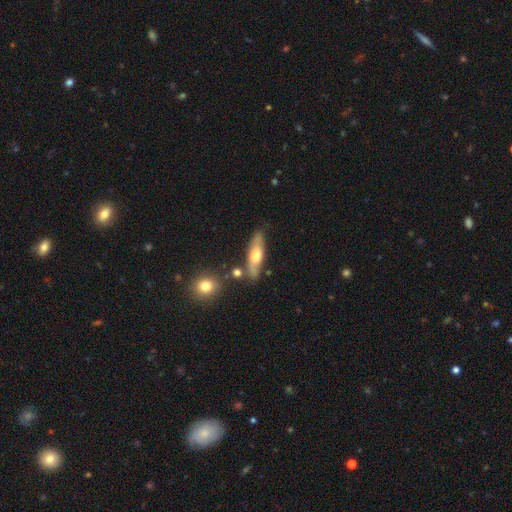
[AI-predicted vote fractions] Morphology: type=featured or disk (47%); merging=none (73%).